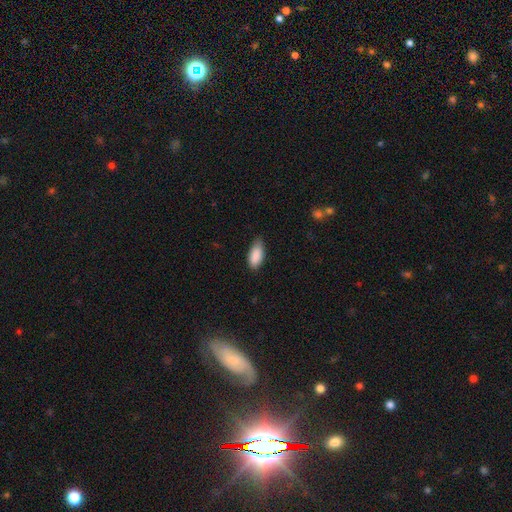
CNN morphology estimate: This appears to be a smooth galaxy with no disk features (89%) that is in between round and cigar-shaped (89%). Merging: none (72%).